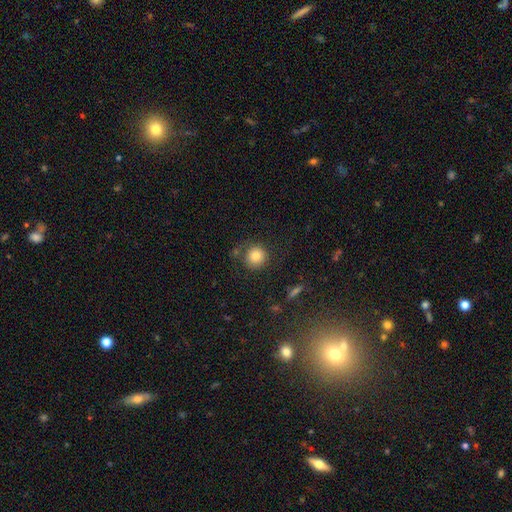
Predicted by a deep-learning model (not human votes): This is clearly a smooth galaxy (82%). How rounded: clearly round (92%). Merging: likely none (77%).